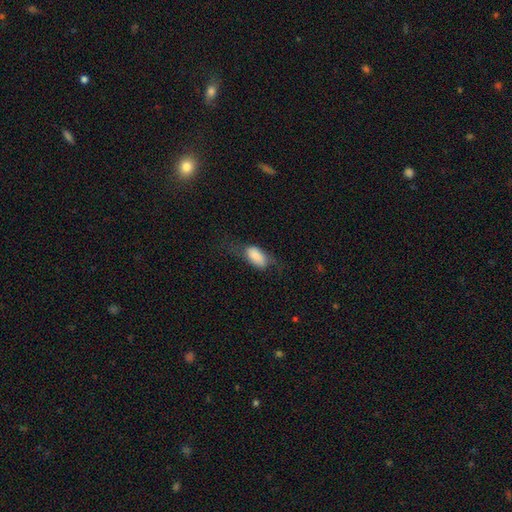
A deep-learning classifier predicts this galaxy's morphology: smooth_or_featured: smooth (p=0.77) [alt: featured or disk p=0.16]
how_rounded: in between (p=0.90) [alt: cigar-shaped p=0.06]
merging: none (p=0.48) [alt: minor disturbance p=0.28]